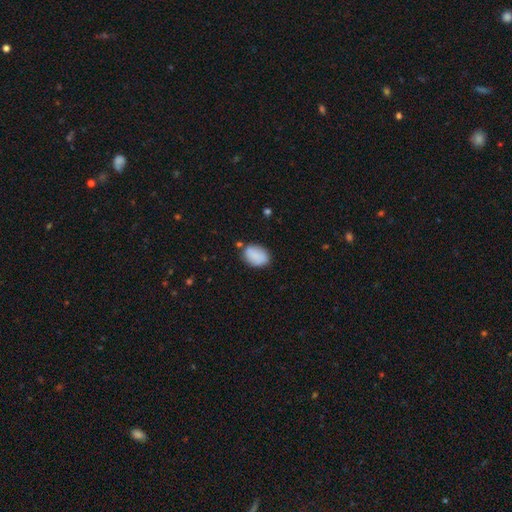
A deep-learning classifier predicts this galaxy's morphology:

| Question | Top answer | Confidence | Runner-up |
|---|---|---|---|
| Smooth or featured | smooth | 84% | featured or disk (9%) |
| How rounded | in between | 82% | round (17%) |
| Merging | none | 73% | minor disturbance (18%) |